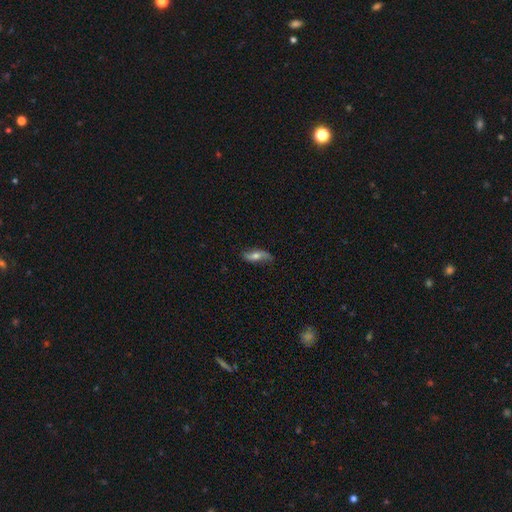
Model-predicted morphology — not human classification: Smooth or featured? Predicted: featured or disk (p=0.49). Merging? Predicted: none (p=0.72).